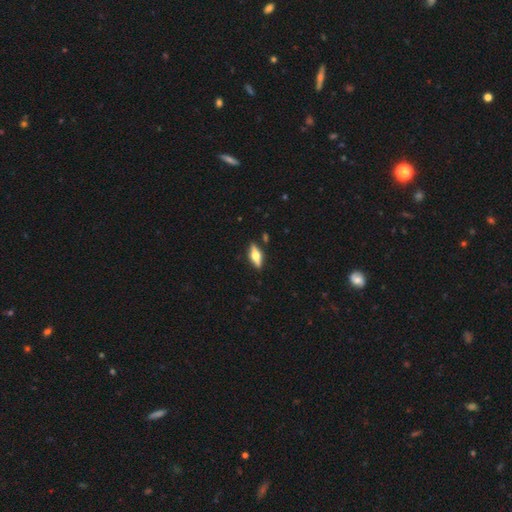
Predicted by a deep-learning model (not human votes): Smooth or featured?
  - featured or disk: 62% *
  - smooth: 32%
  - star or artifact: 6%
Edge-on disk?
  - yes: 94% *
  - no: 6%
Edge-on bulge?
  - rounded: 94% *
  - boxy: 4%
  - none: 1%
Merging?
  - none: 87% *
  - minor disturbance: 9%
  - major disturbance: 2%
  - merger: 2%